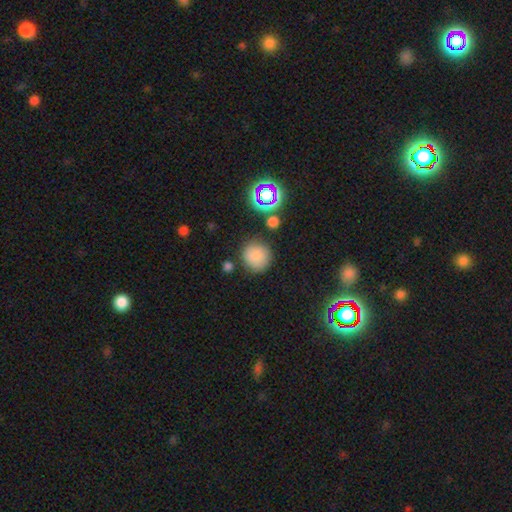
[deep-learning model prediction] smooth_or_featured: smooth (p=0.80) [alt: star or artifact p=0.13]
how_rounded: round (p=0.93) [alt: in between p=0.06]
merging: none (p=0.80) [alt: minor disturbance p=0.11]